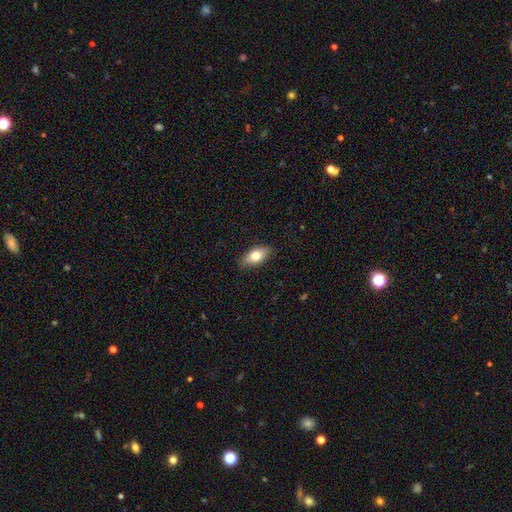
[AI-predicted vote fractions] Smooth or featured: smooth — 73% (featured or disk — 20%)
How rounded: in between — 85% (cigar-shaped — 10%)
Merging: none — 85% (minor disturbance — 12%)